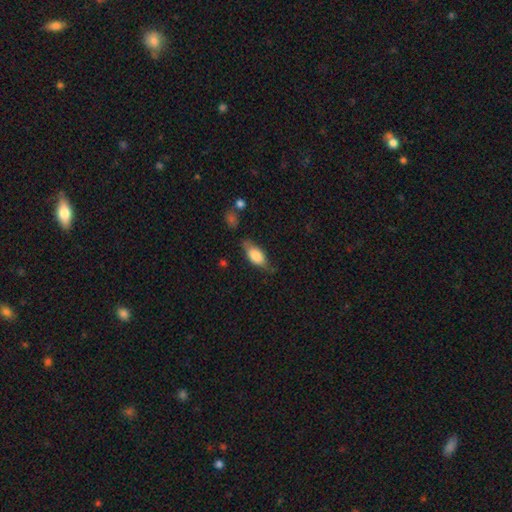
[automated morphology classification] The model was most divided on "merging": none: 65%, minor disturbance: 25%, major disturbance: 7%, merger: 3%. More confident: how rounded — in between (85%); smooth or featured — smooth (78%).